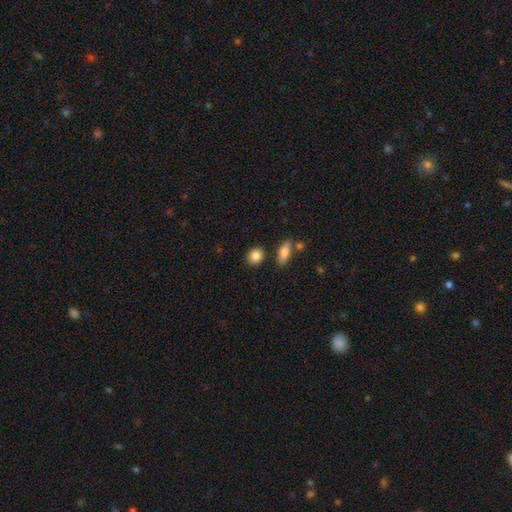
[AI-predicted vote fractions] smooth_or_featured: smooth (p=0.87) [alt: star or artifact p=0.08]
how_rounded: round (p=0.72) [alt: in between p=0.26]
merging: none (p=0.83) [alt: minor disturbance p=0.09]